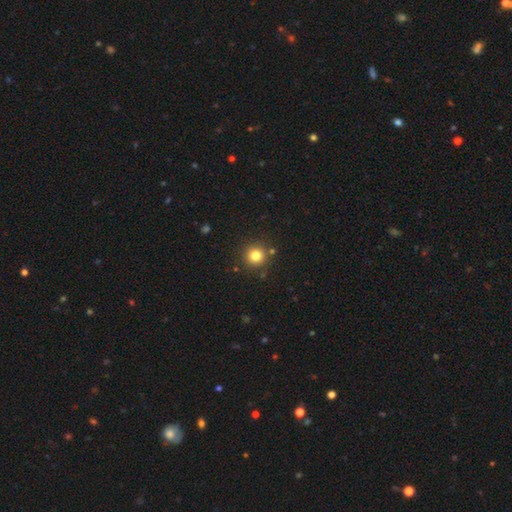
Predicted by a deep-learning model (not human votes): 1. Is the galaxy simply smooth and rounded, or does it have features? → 80% smooth, 13% star or artifact, 7% featured or disk.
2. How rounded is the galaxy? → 94% round, 5% in between, 1% cigar-shaped.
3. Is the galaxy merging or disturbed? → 87% none, 7% minor disturbance, 4% merger, 2% major disturbance.